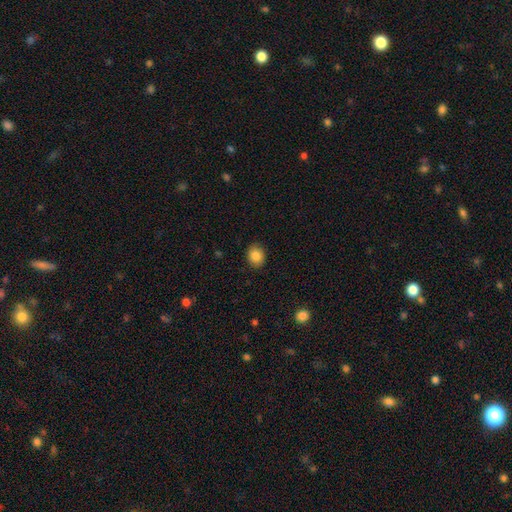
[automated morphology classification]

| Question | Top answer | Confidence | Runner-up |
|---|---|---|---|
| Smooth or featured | smooth | 86% | star or artifact (9%) |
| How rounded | round | 60% | in between (39%) |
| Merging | none | 89% | minor disturbance (8%) |